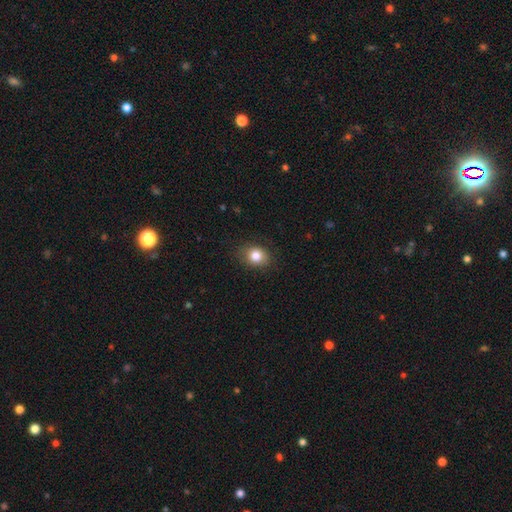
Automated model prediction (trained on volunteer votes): The model was most divided on "how rounded": round: 52%, in between: 47%, cigar-shaped: 1%. More confident: merging — none (84%); smooth or featured — smooth (81%).